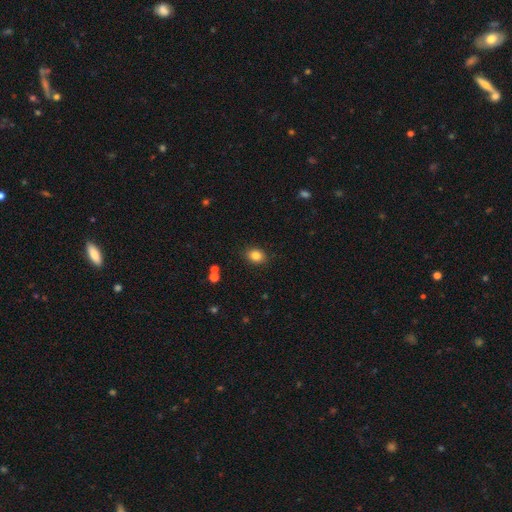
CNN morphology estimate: smooth-or-featured: smooth: 83% | star or artifact: 11% | featured or disk: 6%
  how-rounded: in between: 51% | round: 48% | cigar-shaped: 1%
  merging: none: 88% | minor disturbance: 9% | major disturbance: 2% | merger: 1%